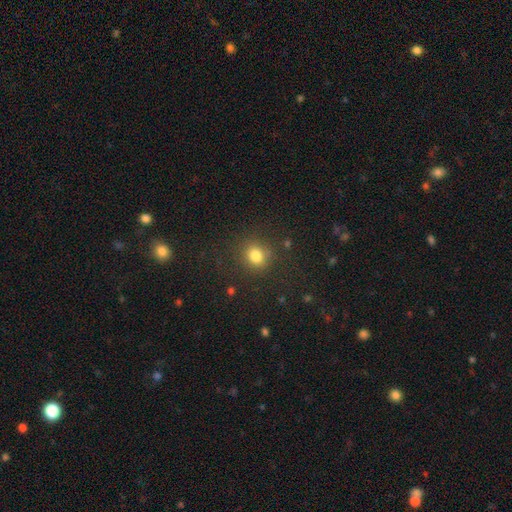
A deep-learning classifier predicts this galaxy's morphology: Smooth or featured? Predicted: smooth (p=0.80). How rounded? Predicted: round (p=0.76). Merging? Predicted: none (p=0.82).